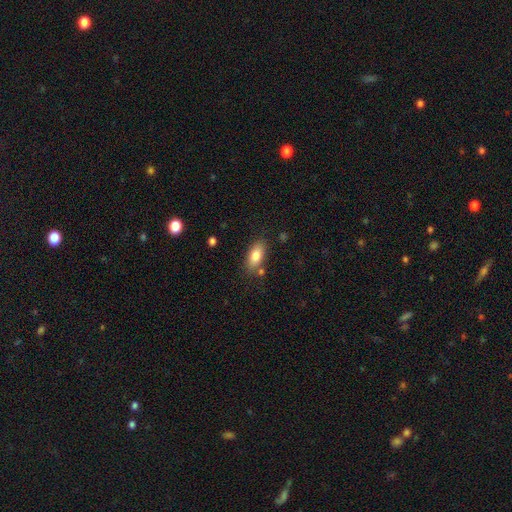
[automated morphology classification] Smooth or featured: smooth — 81% (featured or disk — 12%)
How rounded: in between — 88% (cigar-shaped — 8%)
Merging: none — 78% (minor disturbance — 13%)